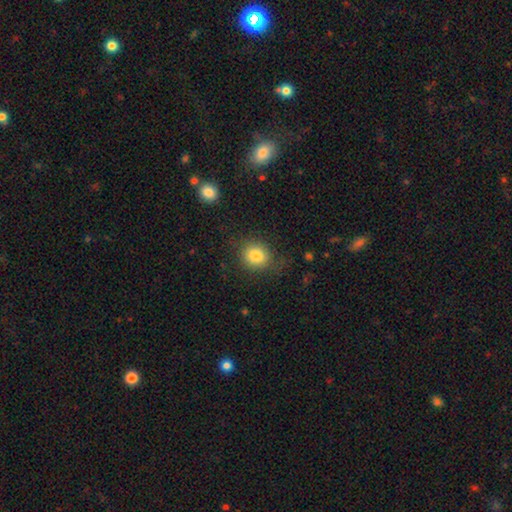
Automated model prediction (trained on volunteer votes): Smooth or featured?
  - smooth: 82% *
  - star or artifact: 10%
  - featured or disk: 8%
How rounded?
  - round: 72% *
  - in between: 27%
  - cigar-shaped: 1%
Merging?
  - none: 79% *
  - minor disturbance: 14%
  - major disturbance: 6%
  - merger: 1%